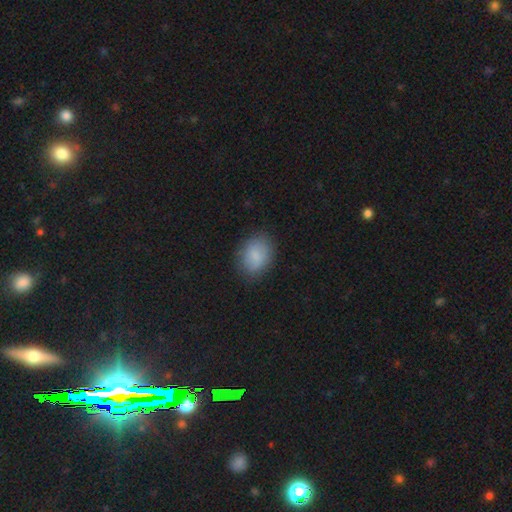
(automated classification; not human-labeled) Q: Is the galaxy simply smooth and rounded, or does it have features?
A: smooth — 86%.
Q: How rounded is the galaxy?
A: in between — 67%.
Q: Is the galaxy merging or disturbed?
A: none — 82%.